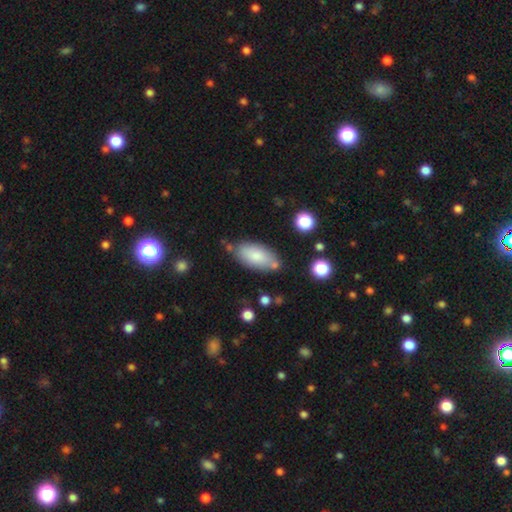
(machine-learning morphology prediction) smooth 77%, featured or disk 16%, star or artifact 7%. Down the decision tree: how rounded — in between (90%); merging — none (71%).